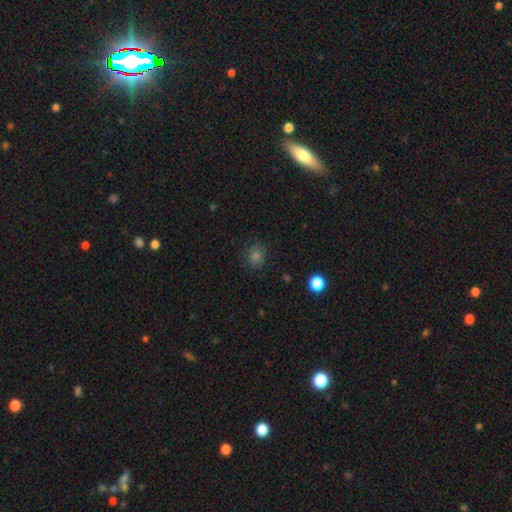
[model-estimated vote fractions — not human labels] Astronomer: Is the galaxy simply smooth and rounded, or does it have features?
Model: smooth — 67%.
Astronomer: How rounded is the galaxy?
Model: round — 81%.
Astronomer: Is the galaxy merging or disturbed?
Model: none — 85%.